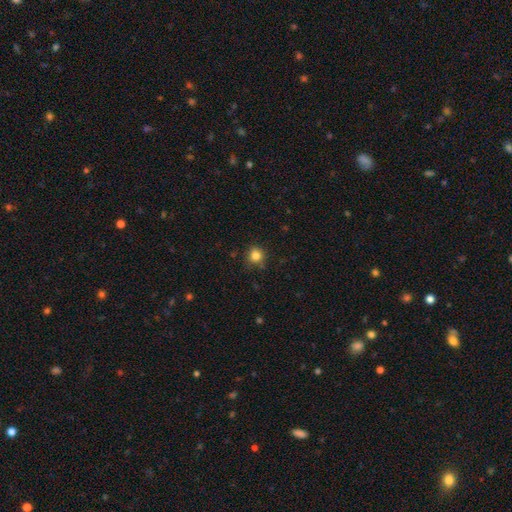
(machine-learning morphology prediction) smooth_or_featured: smooth (p=0.83) [alt: star or artifact p=0.12]
how_rounded: round (p=0.88) [alt: in between p=0.11]
merging: none (p=0.83) [alt: minor disturbance p=0.12]